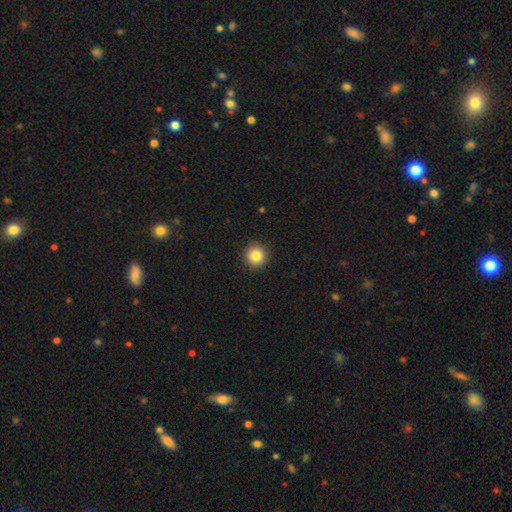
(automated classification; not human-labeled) Smooth or featured? smooth (85%)
How rounded? round (95%)
Merging? none (93%)